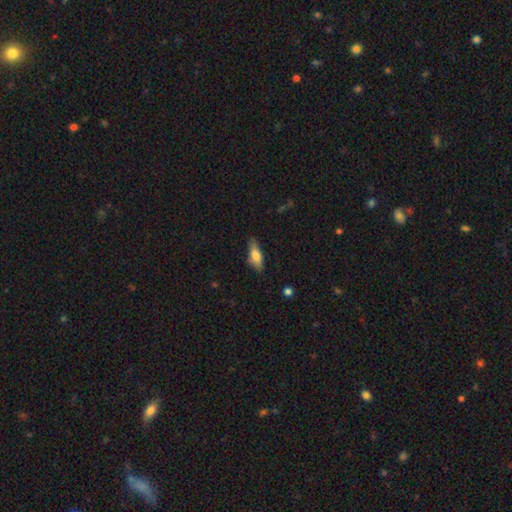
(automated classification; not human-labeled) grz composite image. It shows a smooth galaxy with no disk features (71%) that is in between round and cigar-shaped (63%). Merging: none (77%).